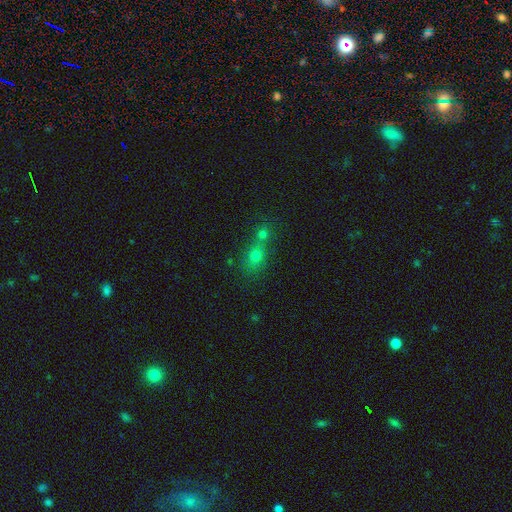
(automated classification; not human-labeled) Smooth or featured? Predicted: smooth (p=0.65). How rounded? Predicted: round (p=0.60). Merging? Predicted: merger (p=0.53).